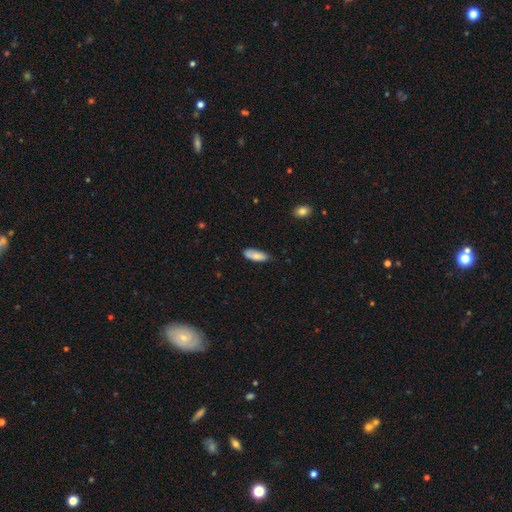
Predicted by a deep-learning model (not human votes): smooth 83%, featured or disk 11%, star or artifact 6%. Down the decision tree: how rounded — in between (68%); merging — none (67%).